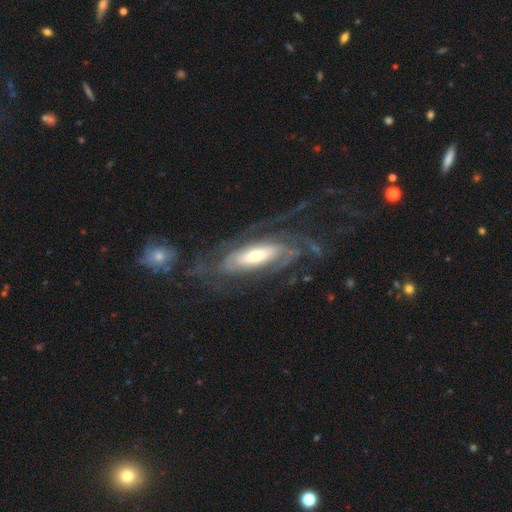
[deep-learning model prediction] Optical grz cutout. It shows a featured or disk galaxy (82%) with no bar (48%), tight (50%) spiral arms (90%) and a moderate central bulge (51%). Merging: none (55%).